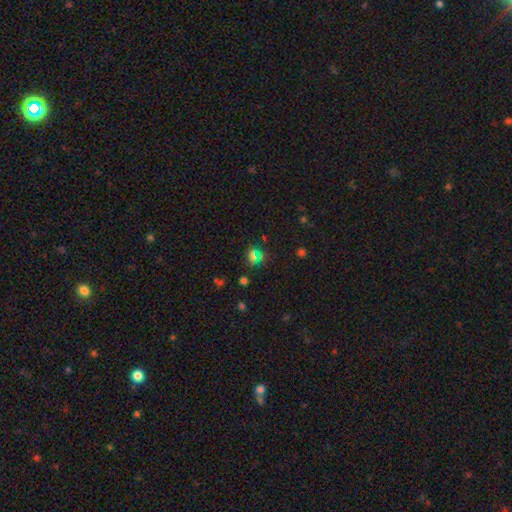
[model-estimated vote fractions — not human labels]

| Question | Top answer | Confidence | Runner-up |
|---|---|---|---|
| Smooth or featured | smooth | 47% | star or artifact (44%) |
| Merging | none | 78% | minor disturbance (11%) |